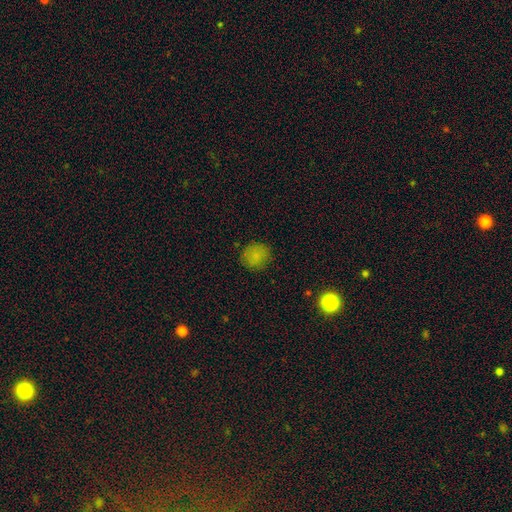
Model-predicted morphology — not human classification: The model was most divided on "smooth or featured": smooth: 81%, star or artifact: 12%, featured or disk: 6%. More confident: how rounded — round (86%); merging — none (84%).